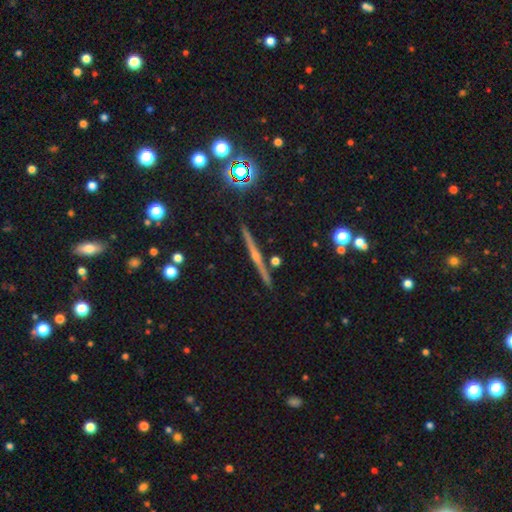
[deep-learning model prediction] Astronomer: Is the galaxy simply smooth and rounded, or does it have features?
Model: featured or disk — 75%.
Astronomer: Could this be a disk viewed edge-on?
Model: yes — 98%.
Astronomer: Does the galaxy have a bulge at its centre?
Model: rounded — 74%.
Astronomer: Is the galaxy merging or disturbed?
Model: none — 90%.